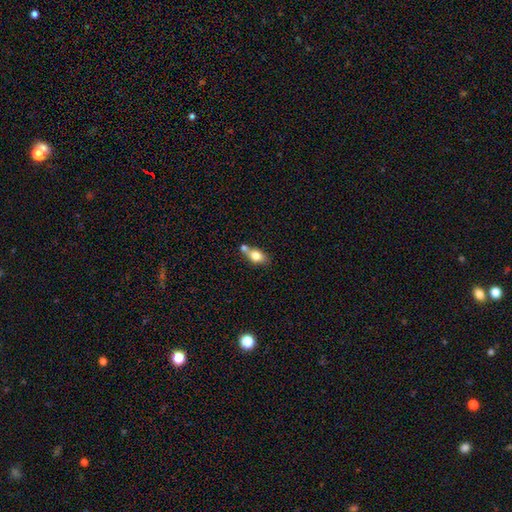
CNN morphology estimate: A smooth galaxy with no disk features (75%) that is in between round and cigar-shaped (73%).

Vote fractions:
- Smooth or featured? smooth: 75% / featured or disk: 17% / star or artifact: 8%
- How rounded? in between: 73% / round: 22% / cigar-shaped: 4%
- Merging? merger: 41% / none: 40% / minor disturbance: 13% / major disturbance: 5%